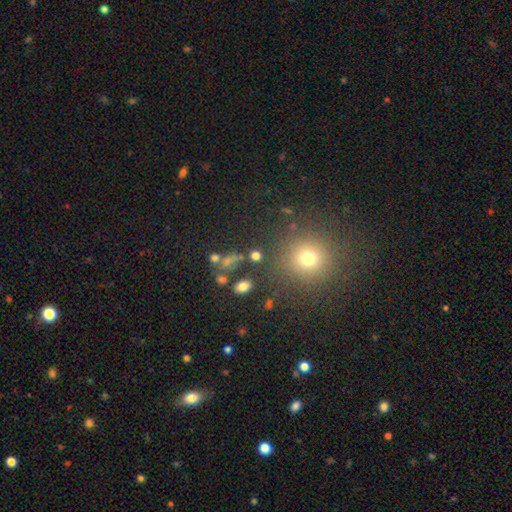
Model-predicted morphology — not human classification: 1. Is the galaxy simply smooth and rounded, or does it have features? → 69% smooth, 22% star or artifact, 9% featured or disk.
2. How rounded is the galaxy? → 69% round, 27% in between, 3% cigar-shaped.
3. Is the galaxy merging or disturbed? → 71% none, 12% merger, 11% minor disturbance, 7% major disturbance.